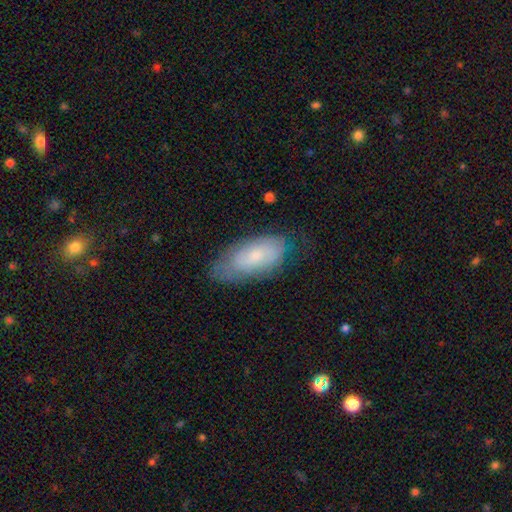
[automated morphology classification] Overall: smooth (63%; featured or disk 30%). How rounded: in between (89%). Merging: none (63%; minor disturbance 28%).